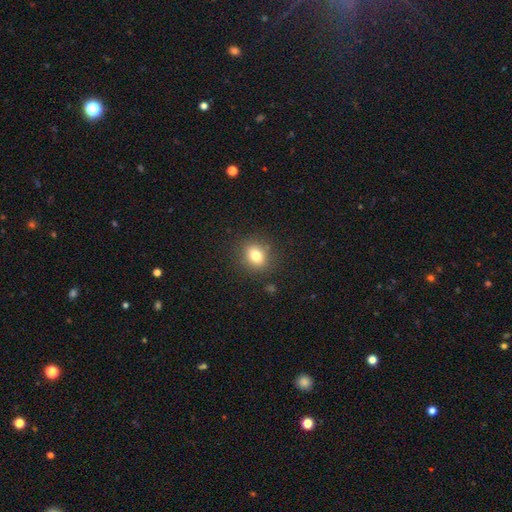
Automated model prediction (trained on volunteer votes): Morphology: type=smooth (78%); roundness=round (63%); merging=none (85%).